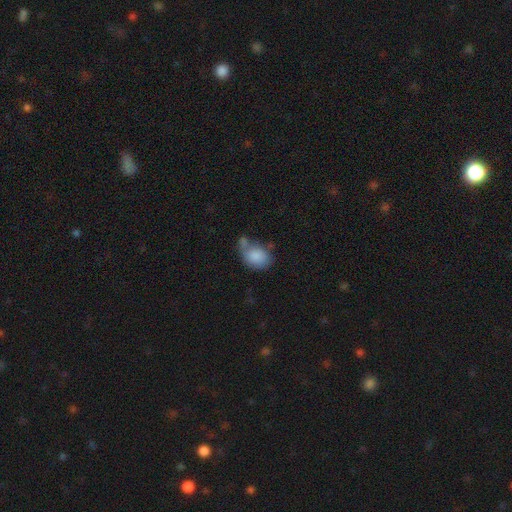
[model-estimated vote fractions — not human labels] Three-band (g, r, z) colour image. It shows a smooth galaxy with no disk features (83%) that is in between round and cigar-shaped (66%). Merging: none (35%).